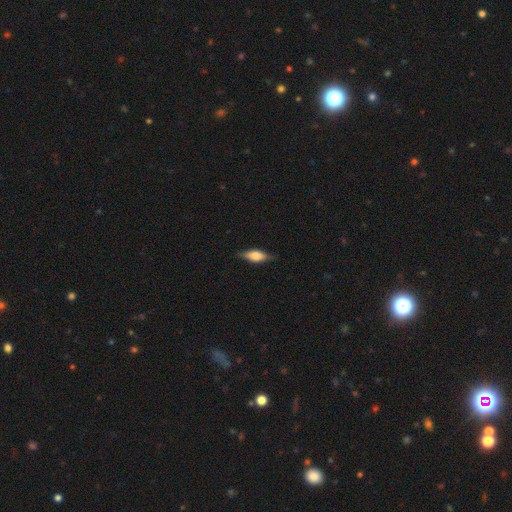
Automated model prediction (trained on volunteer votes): Smooth or featured? smooth (53%)
How rounded? in between (68%)
Merging? none (79%)